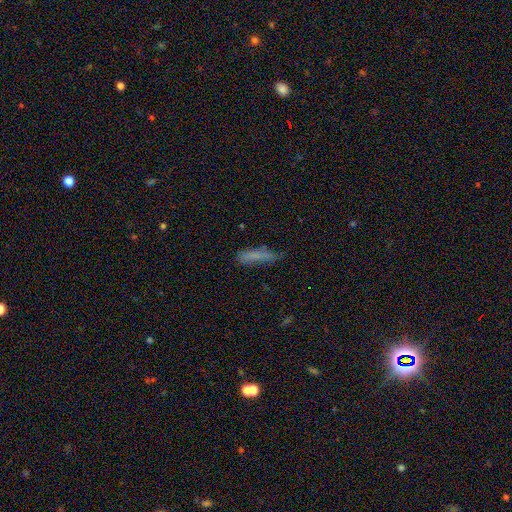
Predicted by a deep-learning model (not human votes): smooth-or-featured: smooth: 74% | featured or disk: 17% | star or artifact: 10%
  how-rounded: cigar-shaped: 77% | in between: 21% | round: 2%
  merging: none: 58% | minor disturbance: 30% | major disturbance: 10% | merger: 3%